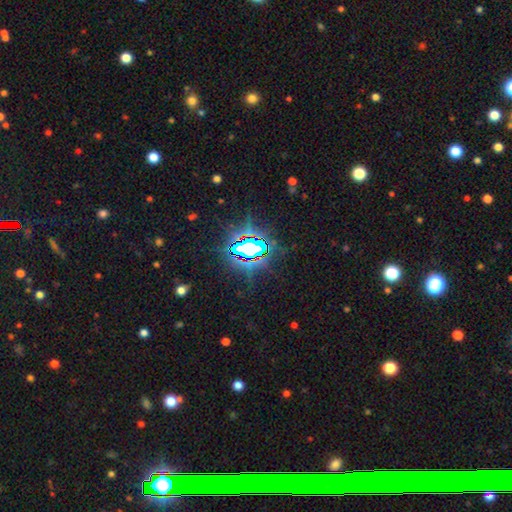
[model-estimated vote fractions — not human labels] Smooth or featured? star or artifact (77%)